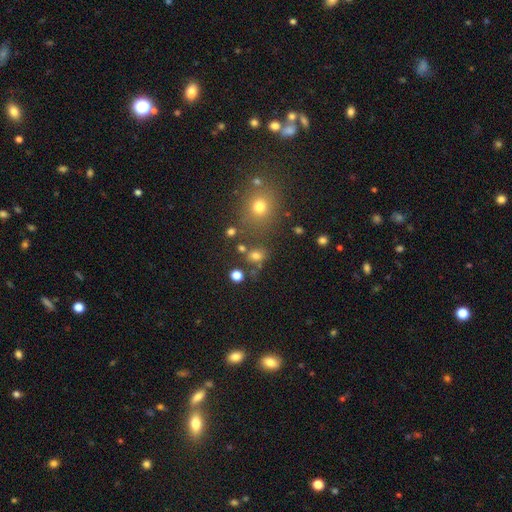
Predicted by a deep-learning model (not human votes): smooth_or_featured: smooth (p=0.71) [alt: star or artifact p=0.20]
how_rounded: round (p=0.54) [alt: in between p=0.44]
merging: none (p=0.65) [alt: merger p=0.14]